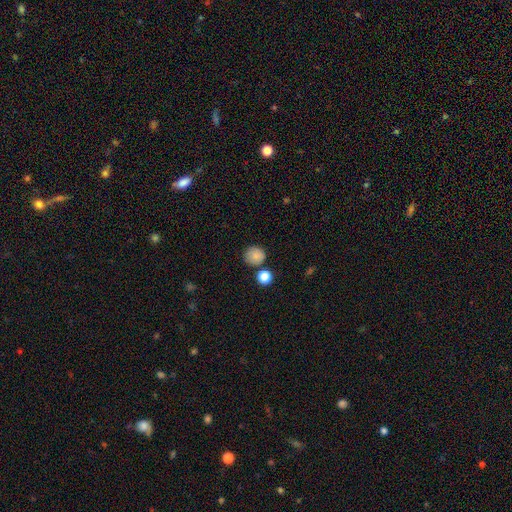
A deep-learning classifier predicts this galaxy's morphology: smooth_or_featured: smooth (p=0.84) [alt: star or artifact p=0.10]
how_rounded: round (p=0.87) [alt: in between p=0.12]
merging: none (p=0.78) [alt: minor disturbance p=0.11]